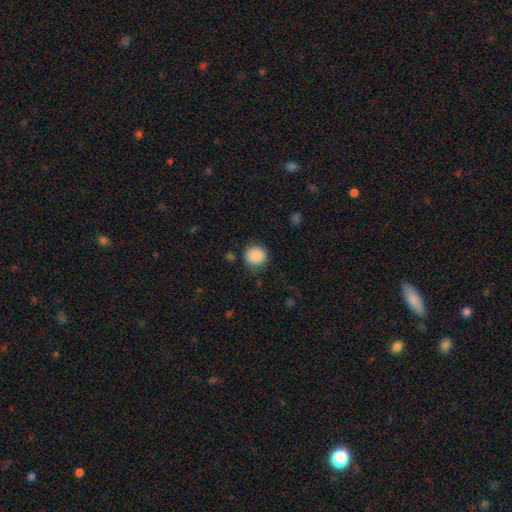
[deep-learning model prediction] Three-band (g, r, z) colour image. It shows a smooth galaxy with no disk features (88%) that is round (87%). Merging: none (80%).